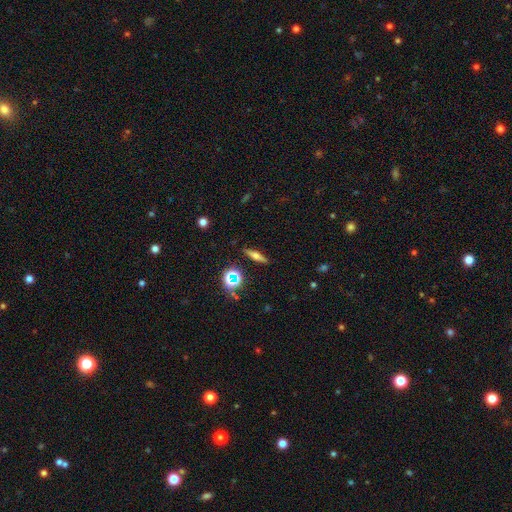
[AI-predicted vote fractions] Smooth or featured? featured or disk (51%)
Edge-on disk? yes (94%)
Merging? none (88%)